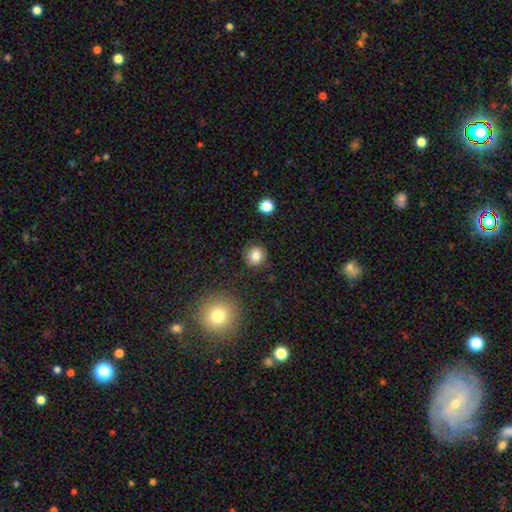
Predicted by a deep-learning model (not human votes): smooth 82%, star or artifact 11%, featured or disk 7%. Down the decision tree: how rounded — round (92%); merging — none (88%).